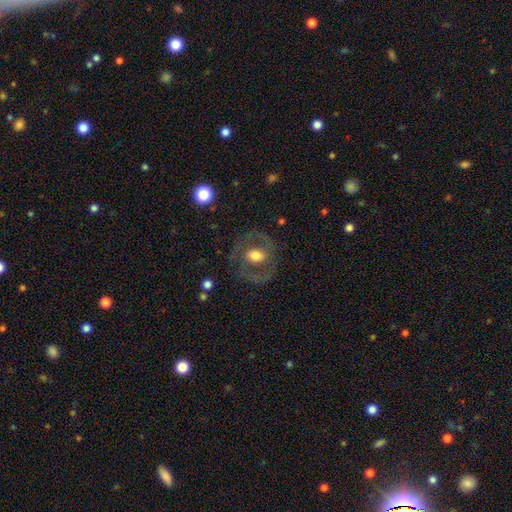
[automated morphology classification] This is likely a featured or disk galaxy (61%). It is clearly not viewed edge-on (96%). Bar: possibly no (55%). Spiral arm pattern: possibly yes (51%). Central bulge: possibly moderate (59%). Merging: likely none (75%).